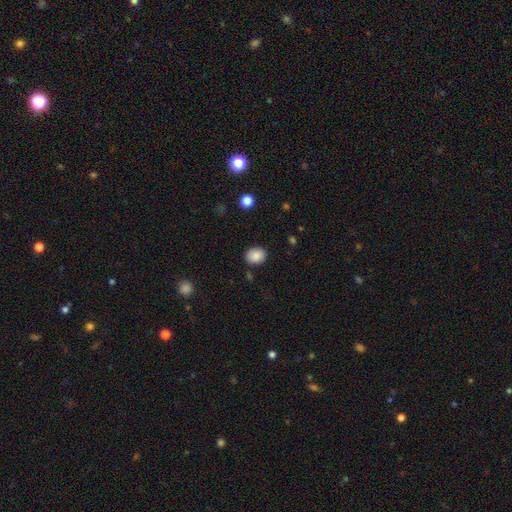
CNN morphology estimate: Overall: smooth (87%). How rounded: in between (54%; round 45%). Merging: none (86%).